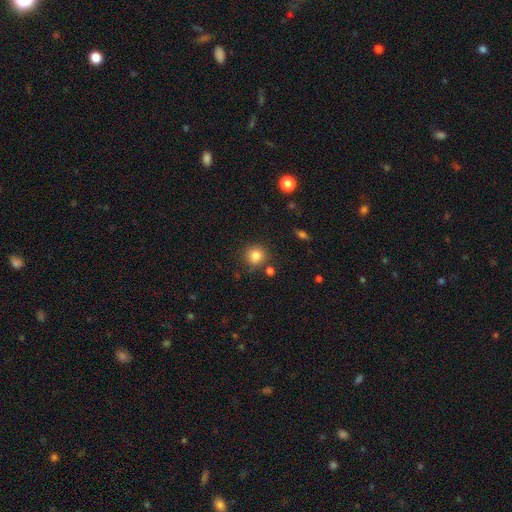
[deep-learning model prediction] A smooth galaxy with no disk features (82%) that is round (90%).

Vote fractions:
- Smooth or featured? smooth: 82% / star or artifact: 11% / featured or disk: 6%
- How rounded? round: 90% / in between: 9% / cigar-shaped: 1%
- Merging? none: 83% / minor disturbance: 9% / merger: 5% / major disturbance: 3%